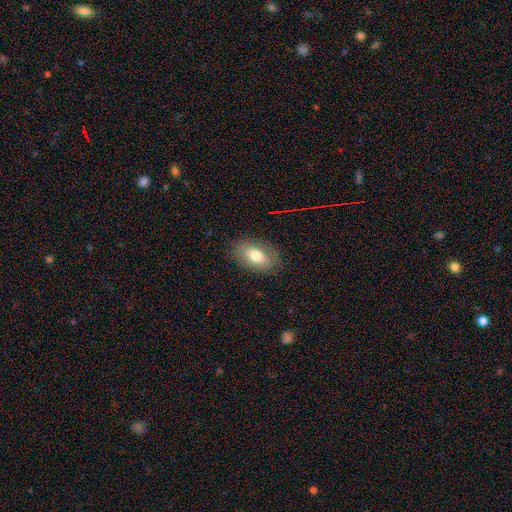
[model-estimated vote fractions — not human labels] A smooth galaxy with no disk features (76%) that is in between round and cigar-shaped (91%).

Vote fractions:
- Smooth or featured? smooth: 76% / featured or disk: 16% / star or artifact: 8%
- How rounded? in between: 91% / round: 7% / cigar-shaped: 2%
- Merging? none: 84% / minor disturbance: 12% / major disturbance: 3% / merger: 1%